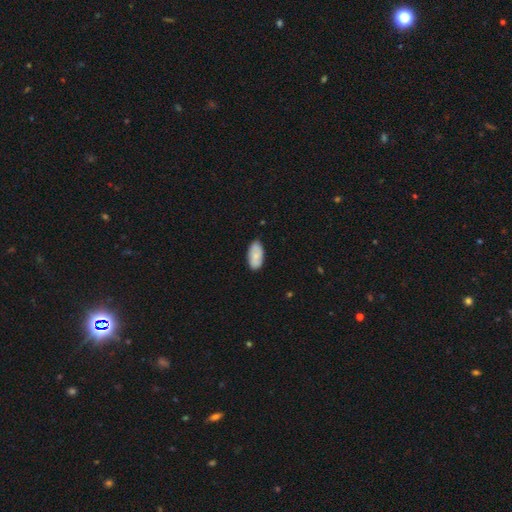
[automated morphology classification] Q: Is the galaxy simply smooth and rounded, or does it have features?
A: smooth — 74%.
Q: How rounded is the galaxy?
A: in between — 94%.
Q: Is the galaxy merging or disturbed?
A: none — 82%.